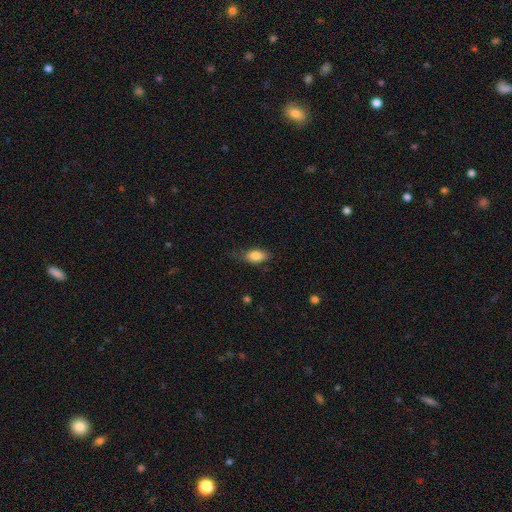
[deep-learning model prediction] Overall: smooth (83%). How rounded: in between (87%). Merging: none (68%).